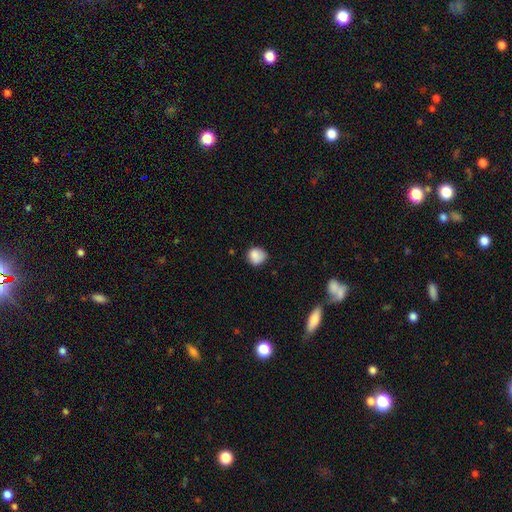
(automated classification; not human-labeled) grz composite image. It shows a smooth galaxy with no disk features (86%) that is round (82%). Merging: none (73%).